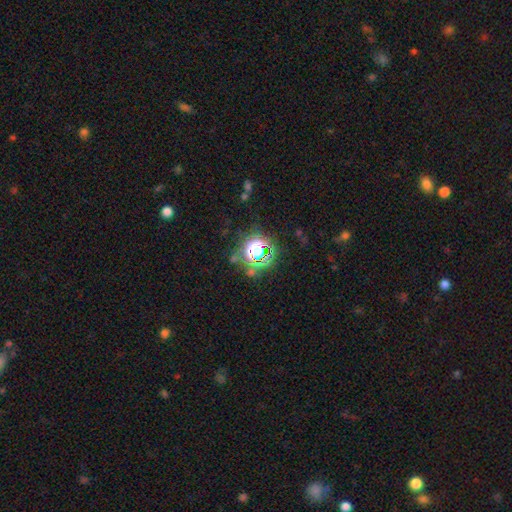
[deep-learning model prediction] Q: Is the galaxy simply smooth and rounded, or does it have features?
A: star or artifact — 73%.